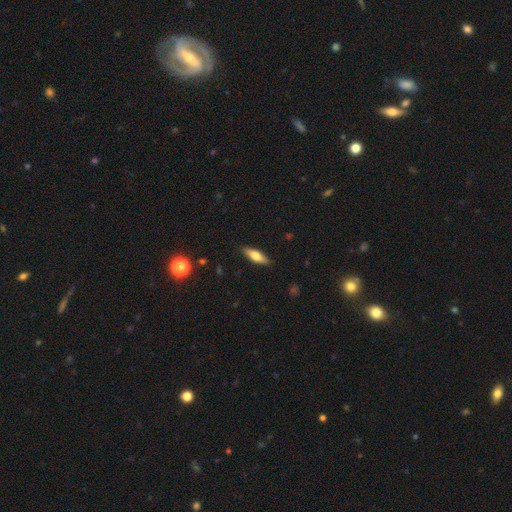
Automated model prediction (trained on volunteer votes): Morphology: type=smooth (64%); roundness=in between (54%); merging=none (87%).